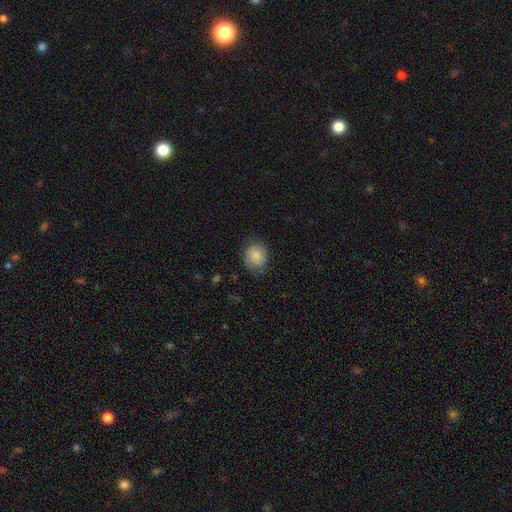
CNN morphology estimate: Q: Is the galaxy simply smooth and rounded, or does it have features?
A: smooth — 83%.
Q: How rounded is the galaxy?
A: round — 67%.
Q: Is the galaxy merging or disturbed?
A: none — 75%.